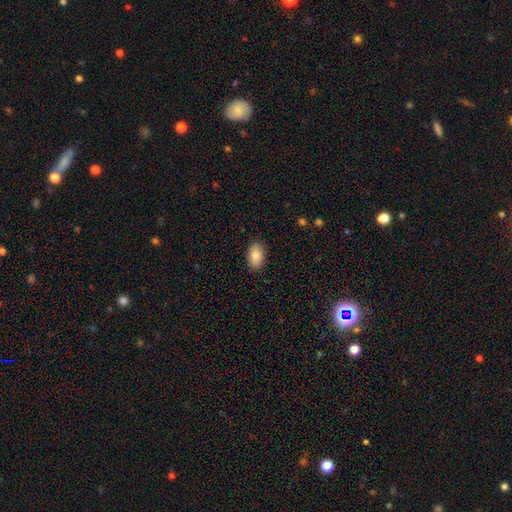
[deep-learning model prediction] Overall: smooth (84%). How rounded: in between (93%). Merging: none (89%).